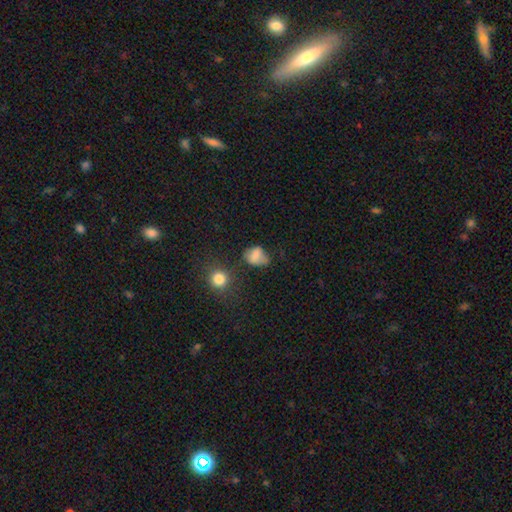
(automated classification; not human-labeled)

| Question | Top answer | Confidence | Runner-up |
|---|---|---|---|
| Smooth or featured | smooth | 72% | featured or disk (14%) |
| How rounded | in between | 60% | round (38%) |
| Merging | none | 44% | minor disturbance (32%) |